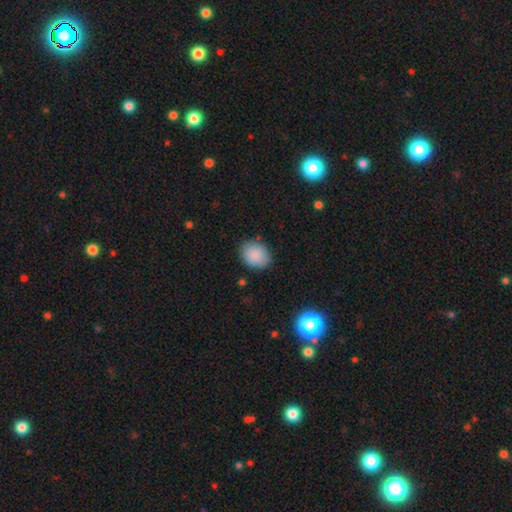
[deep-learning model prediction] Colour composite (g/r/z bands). It shows a smooth galaxy with no disk features (88%) that is in between round and cigar-shaped (52%). Merging: none (84%).